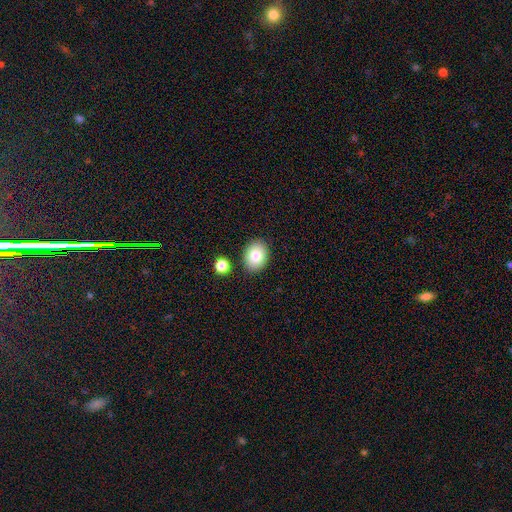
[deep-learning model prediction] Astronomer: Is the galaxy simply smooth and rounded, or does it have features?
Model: smooth — 82%.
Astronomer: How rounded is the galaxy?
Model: in between — 63%.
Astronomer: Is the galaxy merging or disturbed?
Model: none — 86%.